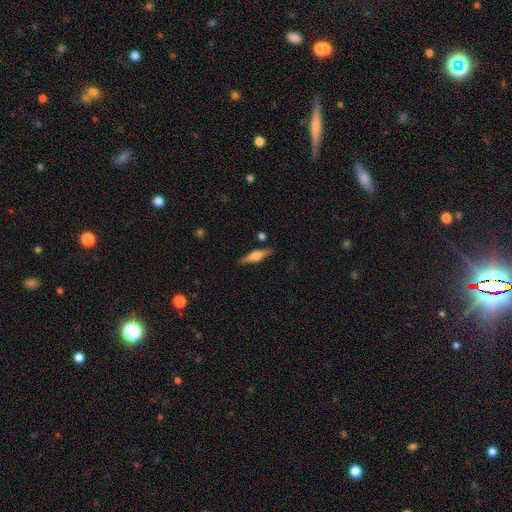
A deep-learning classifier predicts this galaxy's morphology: A featured or disk galaxy (63%) viewed edge-on (96%) with a rounded central bulge (91%).

Vote fractions:
- Smooth or featured? featured or disk: 63% / smooth: 31% / star or artifact: 6%
- Edge-on disk? yes: 96% / no: 4%
- Edge-on bulge? rounded: 91% / boxy: 7% / none: 2%
- Merging? none: 87% / minor disturbance: 9% / merger: 2% / major disturbance: 2%